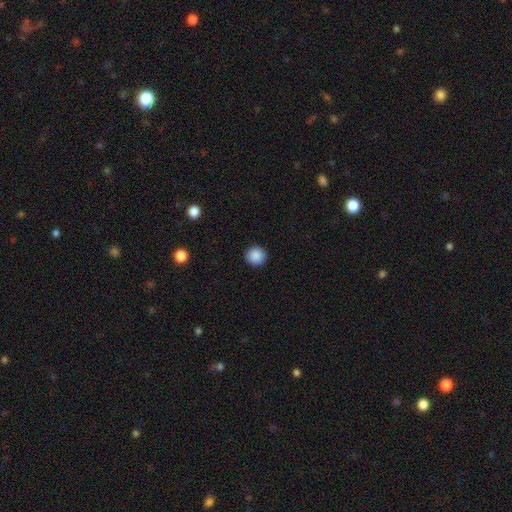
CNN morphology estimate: Overall: smooth (89%). How rounded: round (93%). Merging: none (92%).